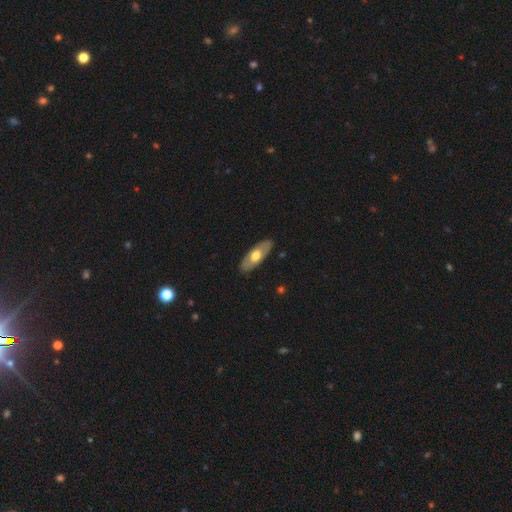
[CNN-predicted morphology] Smooth or featured?
  - smooth: 48% *
  - featured or disk: 47%
  - star or artifact: 5%
Merging?
  - none: 87% *
  - minor disturbance: 10%
  - major disturbance: 2%
  - merger: 1%